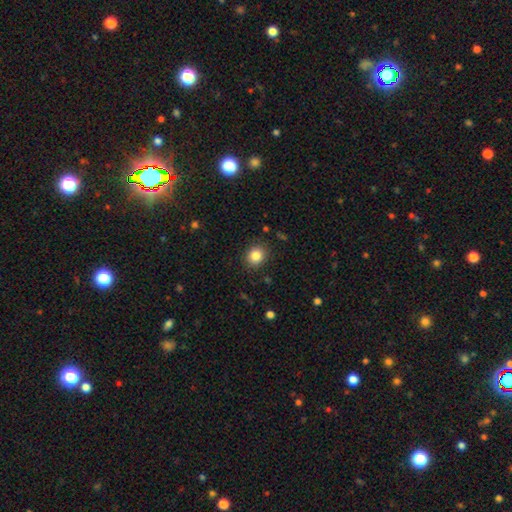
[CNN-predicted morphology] smooth 85%, star or artifact 10%, featured or disk 5%. Down the decision tree: how rounded — round (78%); merging — none (88%).